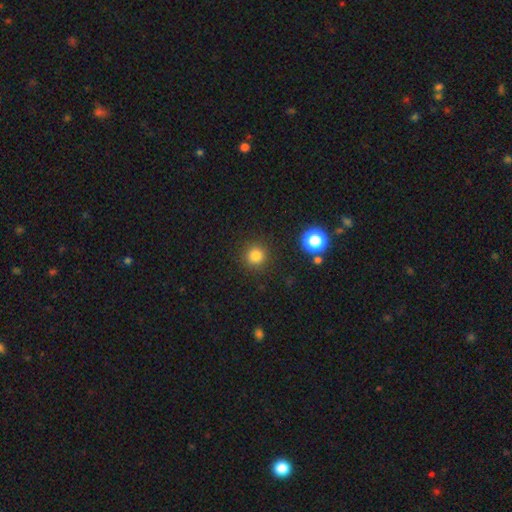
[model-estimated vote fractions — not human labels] This appears to be a smooth galaxy with no disk features (81%) that is round (93%). Merging: none (90%).